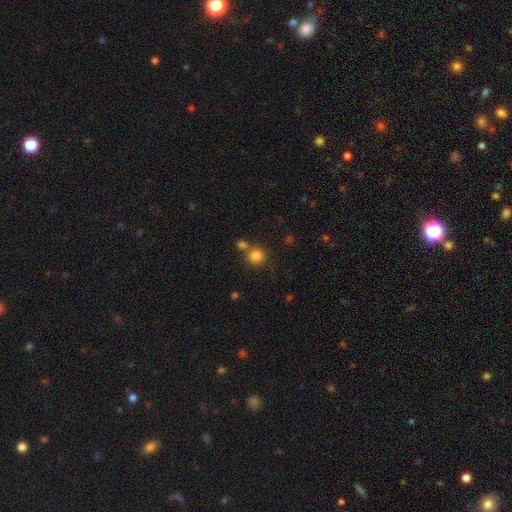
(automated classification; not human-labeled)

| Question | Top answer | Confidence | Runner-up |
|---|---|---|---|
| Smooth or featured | smooth | 83% | star or artifact (12%) |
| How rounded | round | 90% | in between (9%) |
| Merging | none | 68% | merger (20%) |